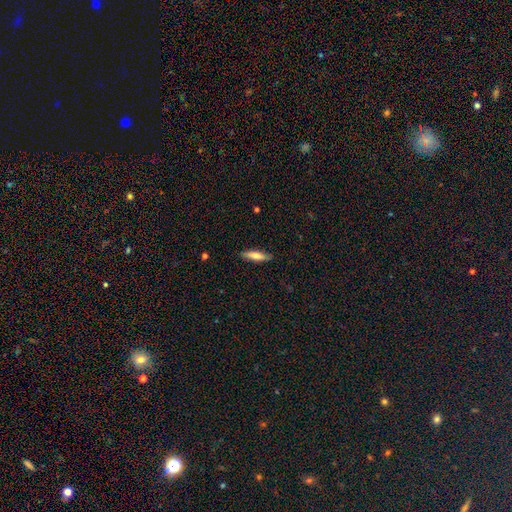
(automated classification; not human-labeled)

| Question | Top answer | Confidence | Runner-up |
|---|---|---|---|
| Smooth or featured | smooth | 69% | featured or disk (25%) |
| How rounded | cigar-shaped | 71% | in between (27%) |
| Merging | none | 88% | minor disturbance (9%) |